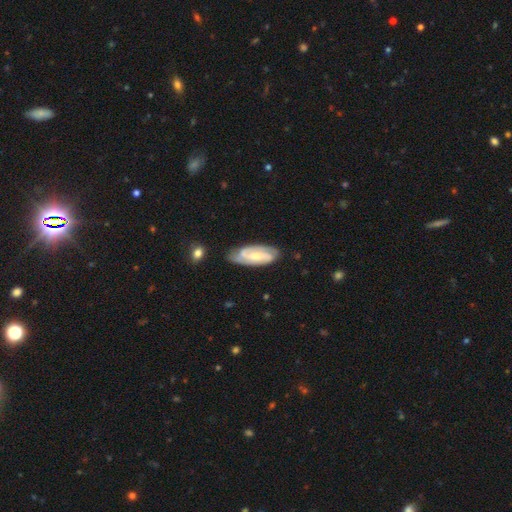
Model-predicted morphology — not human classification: The model was most divided on "spiral winding": tight: 47%, medium: 41%, loose: 13%. Remaining: spiral arms — yes (94%); edge-on disk — no (93%); smooth or featured — featured or disk (77%); spiral arm count — 2 (73%); merging — none (72%); bulge size — small (54%); bar — weak (43%).